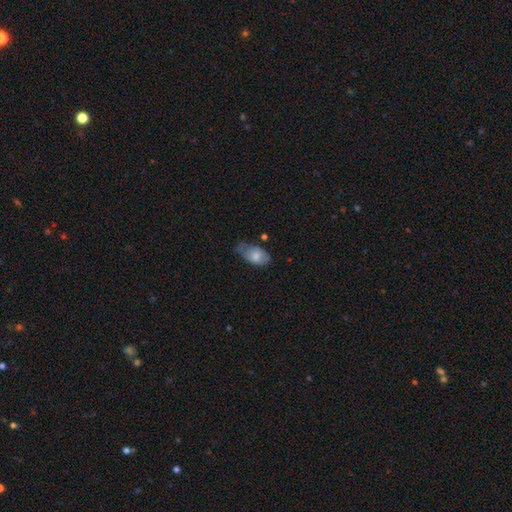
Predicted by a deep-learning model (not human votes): Smooth or featured?
  - smooth: 71% *
  - featured or disk: 22%
  - star or artifact: 7%
How rounded?
  - in between: 92% *
  - round: 6%
  - cigar-shaped: 2%
Merging?
  - minor disturbance: 45% *
  - none: 34%
  - major disturbance: 17%
  - merger: 4%